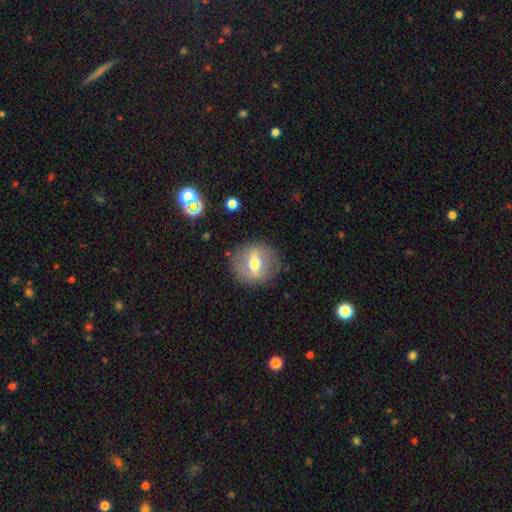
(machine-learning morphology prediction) Smooth or featured: featured or disk — 52% (smooth — 38%)
Edge-on disk: no — 78% (yes — 22%)
Merging: none — 85% (minor disturbance — 10%)